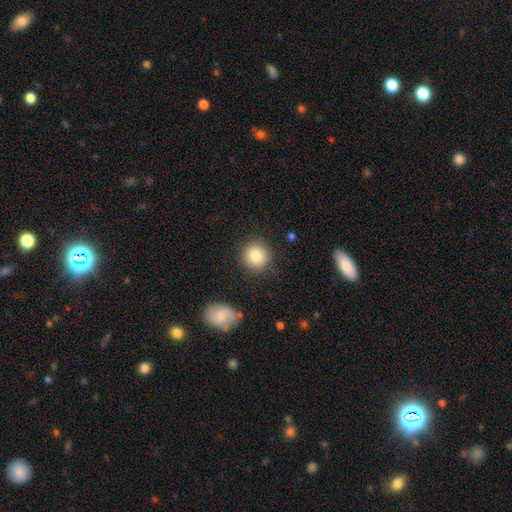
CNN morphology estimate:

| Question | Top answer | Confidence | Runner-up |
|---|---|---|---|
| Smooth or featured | smooth | 84% | star or artifact (9%) |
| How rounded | round | 89% | in between (10%) |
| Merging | none | 86% | minor disturbance (9%) |